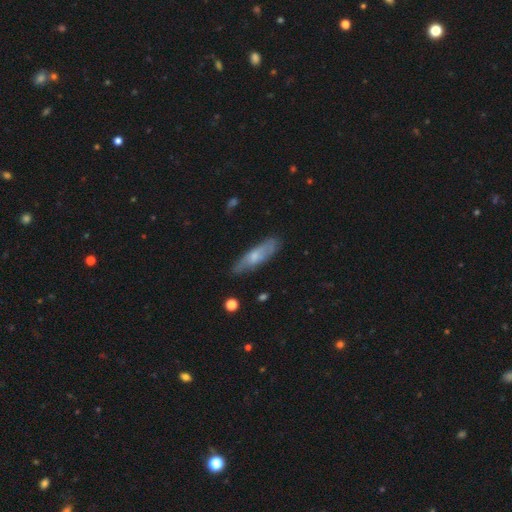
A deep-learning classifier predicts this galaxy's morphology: smooth 53%, featured or disk 41%, star or artifact 6%. Down the decision tree: how rounded — cigar-shaped (65%); merging — none (76%).